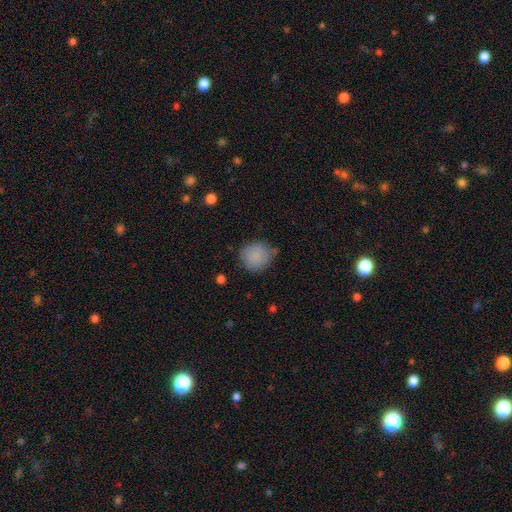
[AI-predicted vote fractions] Smooth or featured? Predicted: smooth (p=0.87). How rounded? Predicted: round (p=0.88). Merging? Predicted: none (p=0.71).